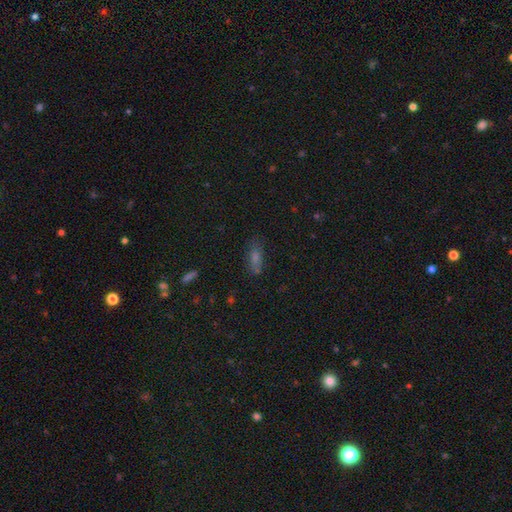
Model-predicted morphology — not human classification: The model was most divided on "smooth or featured": smooth: 52%, star or artifact: 30%, featured or disk: 18%. More confident: merging — none (77%); how rounded — in between (66%).